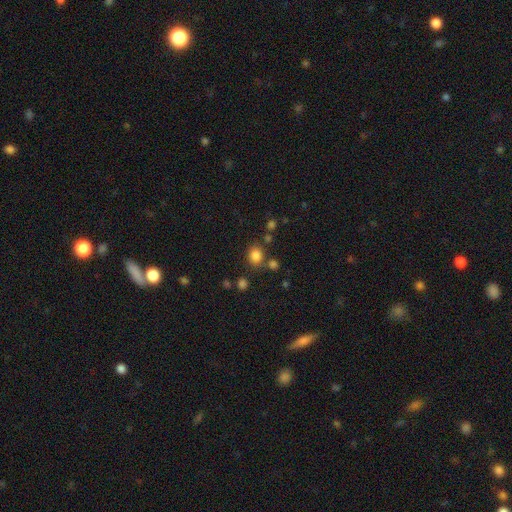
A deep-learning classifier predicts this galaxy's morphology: Q: Smooth or featured?
A: smooth (81%); runner-up: star or artifact (13%)
Q: How rounded?
A: round (69%); runner-up: in between (30%)
Q: Merging?
A: none (72%); runner-up: minor disturbance (12%)